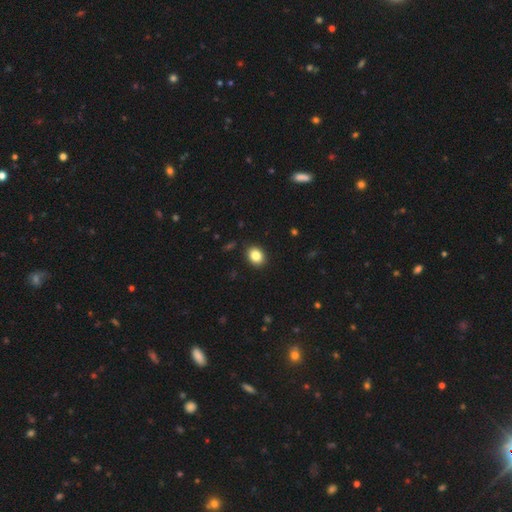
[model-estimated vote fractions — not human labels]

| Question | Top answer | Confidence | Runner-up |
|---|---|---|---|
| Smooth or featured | smooth | 85% | star or artifact (9%) |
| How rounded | in between | 60% | round (40%) |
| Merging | none | 90% | minor disturbance (7%) |